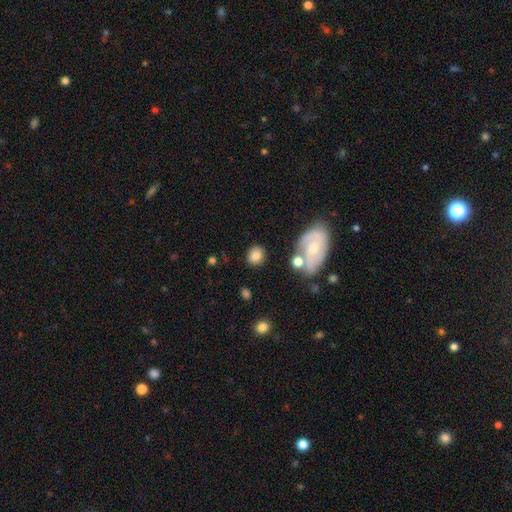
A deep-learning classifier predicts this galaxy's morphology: A smooth galaxy with no disk features (77%) that is round (66%).

Vote fractions:
- Smooth or featured? smooth: 77% / featured or disk: 14% / star or artifact: 8%
- How rounded? round: 66% / in between: 32% / cigar-shaped: 2%
- Merging? none: 77% / minor disturbance: 11% / merger: 7% / major disturbance: 4%